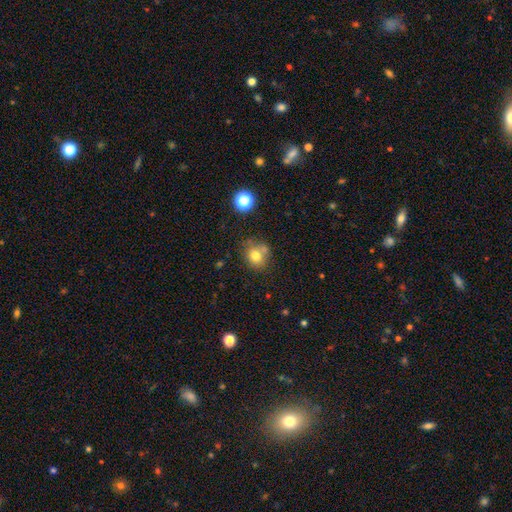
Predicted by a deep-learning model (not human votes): Smooth or featured? smooth (75%)
How rounded? round (78%)
Merging? none (61%)